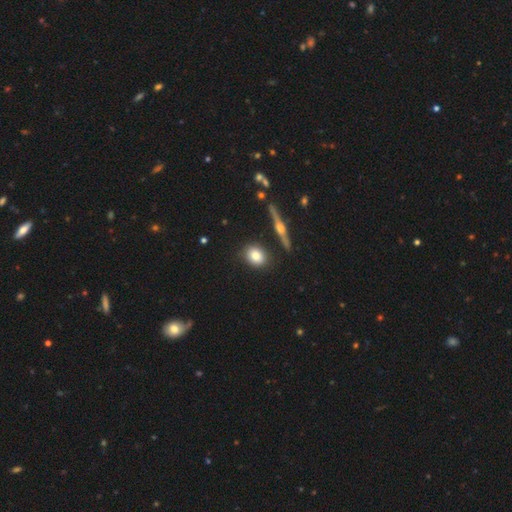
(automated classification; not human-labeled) A smooth galaxy with no disk features (80%) that is round (56%). Merging: none (84%).